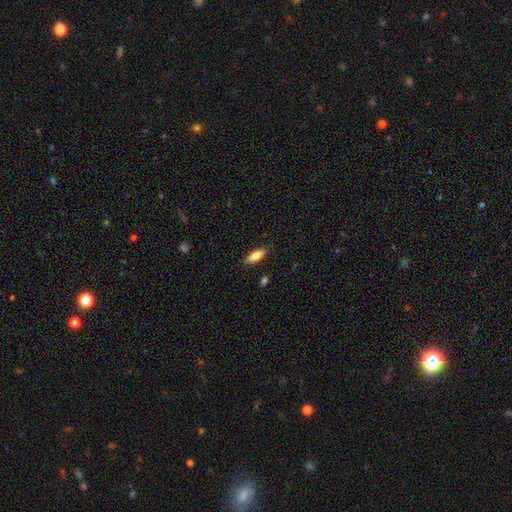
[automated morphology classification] smooth 79%, featured or disk 14%, star or artifact 7%. Down the decision tree: how rounded — in between (76%); merging — none (86%).